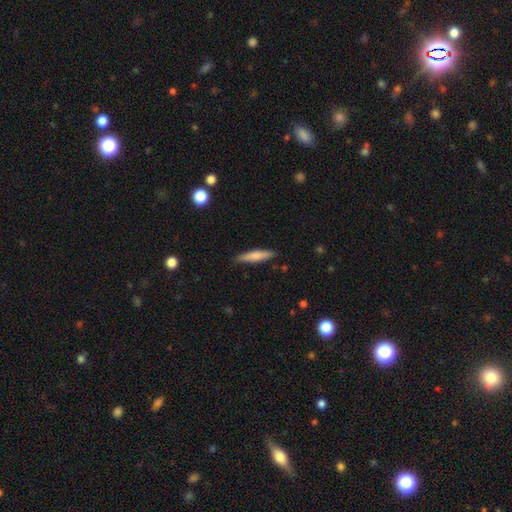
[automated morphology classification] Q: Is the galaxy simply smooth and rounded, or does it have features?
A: smooth — 70%.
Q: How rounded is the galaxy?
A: cigar-shaped — 85%.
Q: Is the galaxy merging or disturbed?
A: none — 87%.